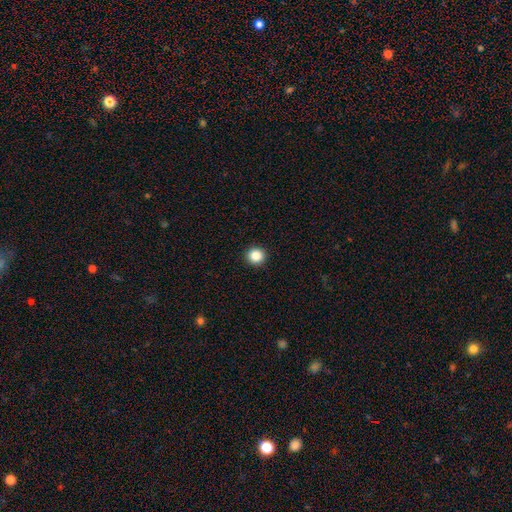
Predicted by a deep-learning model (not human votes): This appears to be a smooth galaxy with no disk features (86%) that is round (93%). Merging: none (93%).